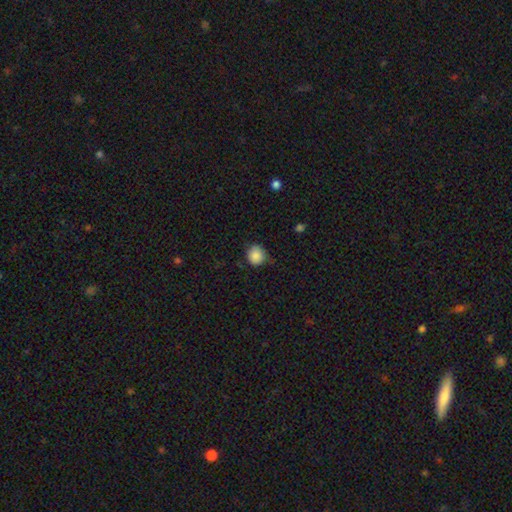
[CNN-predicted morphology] smooth-or-featured: smooth: 86% | star or artifact: 9% | featured or disk: 5%
  how-rounded: round: 83% | in between: 16% | cigar-shaped: 1%
  merging: none: 66% | minor disturbance: 27% | major disturbance: 5% | merger: 2%